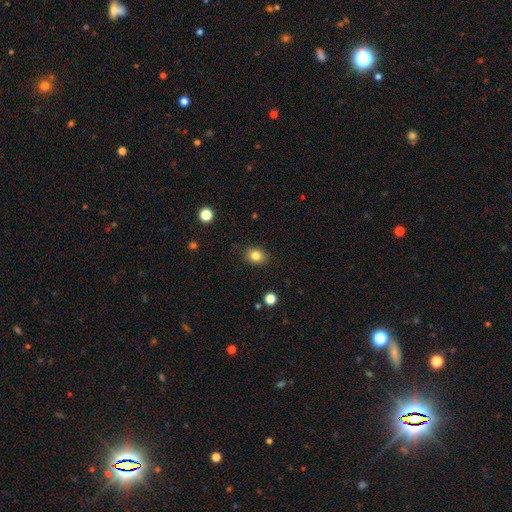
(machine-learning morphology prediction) smooth_or_featured: smooth (p=0.84) [alt: star or artifact p=0.11]
how_rounded: in between (p=0.53) [alt: round p=0.47]
merging: none (p=0.88) [alt: minor disturbance p=0.09]